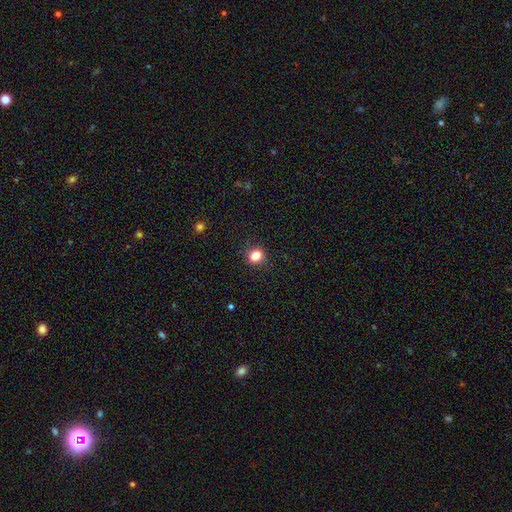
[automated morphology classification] Smooth or featured: smooth — 84% (star or artifact — 12%)
How rounded: round — 77% (in between — 22%)
Merging: none — 89% (minor disturbance — 8%)